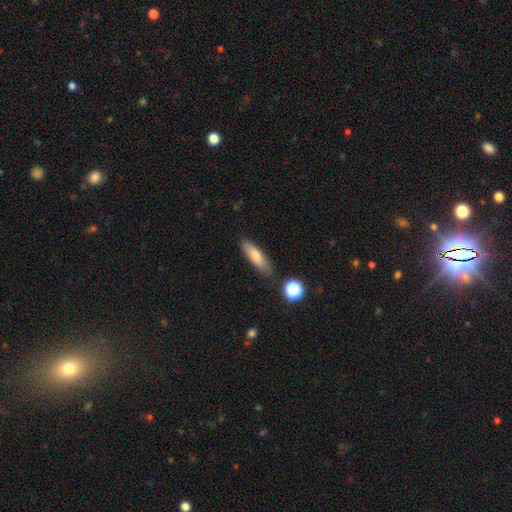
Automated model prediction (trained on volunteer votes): This is likely a smooth galaxy (76%). How rounded: possibly cigar-shaped (58%). Merging: clearly none (82%).